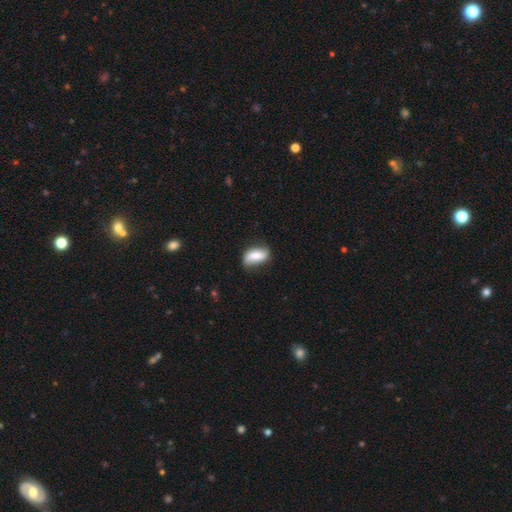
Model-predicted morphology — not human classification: A smooth galaxy with no disk features (59%) that is in between round and cigar-shaped (85%). Merging: none (65%).